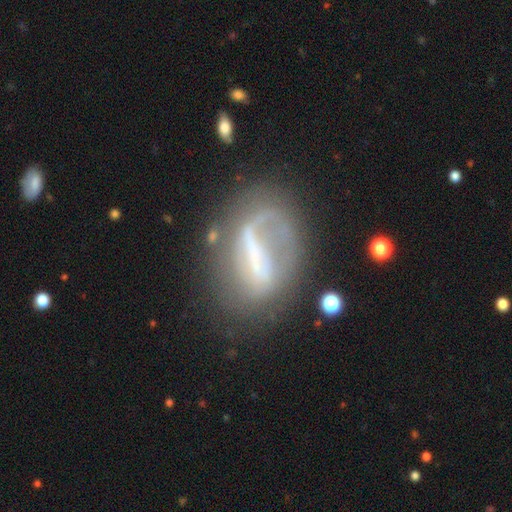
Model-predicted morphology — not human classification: Smooth or featured? Predicted: featured or disk (p=0.68). Edge-on disk? Predicted: no (p=0.92). Bar? Predicted: strong (p=0.61). Spiral arms? Predicted: yes (p=0.59). Bulge size? Predicted: none (p=0.48). Merging? Predicted: none (p=0.49).